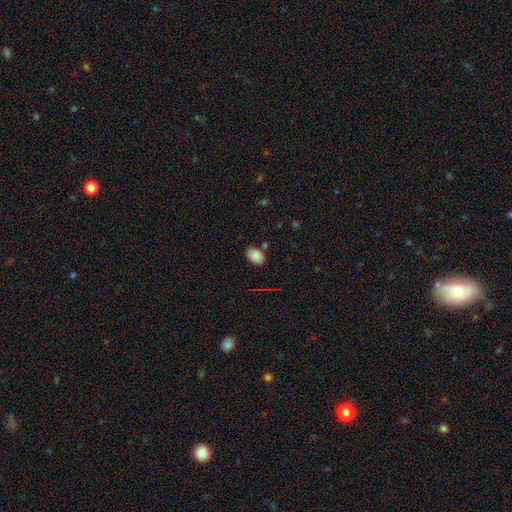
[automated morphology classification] Smooth or featured: smooth — 85% (star or artifact — 10%)
How rounded: in between — 88% (round — 11%)
Merging: none — 79% (minor disturbance — 13%)